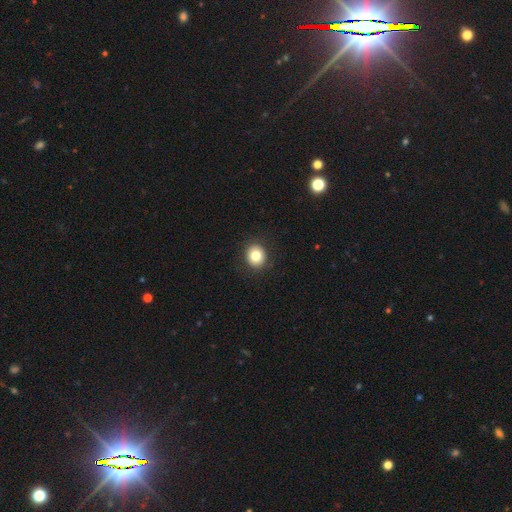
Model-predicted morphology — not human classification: Overall: smooth (82%). How rounded: round (81%). Merging: none (91%).